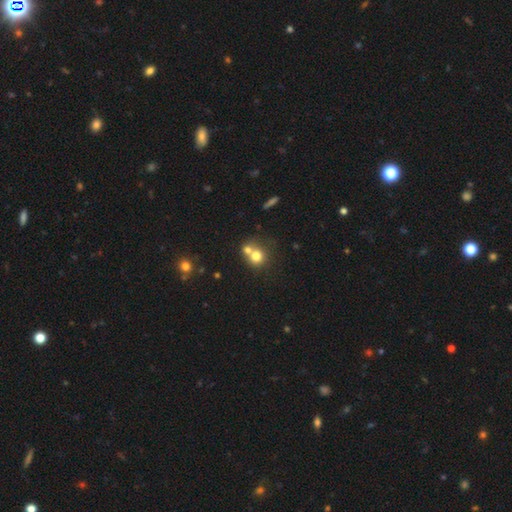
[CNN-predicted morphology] smooth-or-featured: smooth: 73% | featured or disk: 15% | star or artifact: 12%
  how-rounded: round: 84% | in between: 15% | cigar-shaped: 1%
  merging: merger: 52% | none: 38% | minor disturbance: 7% | major disturbance: 3%